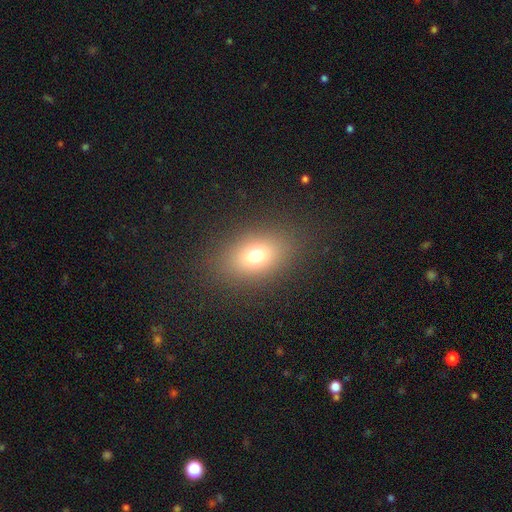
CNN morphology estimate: smooth 72%, star or artifact 15%, featured or disk 13%. Down the decision tree: how rounded — in between (72%); merging — none (86%).